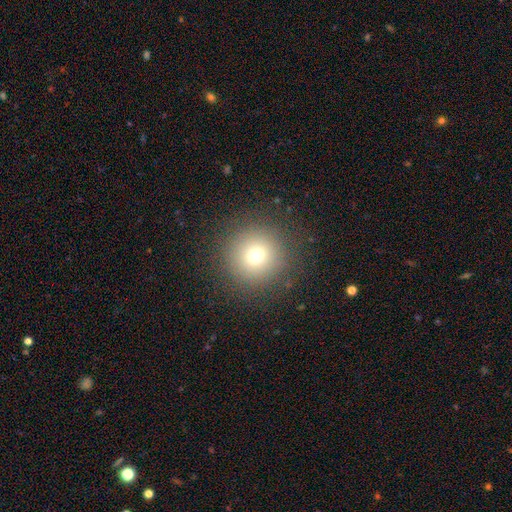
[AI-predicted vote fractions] smooth-or-featured: smooth: 72% | star or artifact: 16% | featured or disk: 12%
  how-rounded: round: 96% | in between: 3% | cigar-shaped: 1%
  merging: none: 89% | minor disturbance: 6% | major disturbance: 4% | merger: 1%